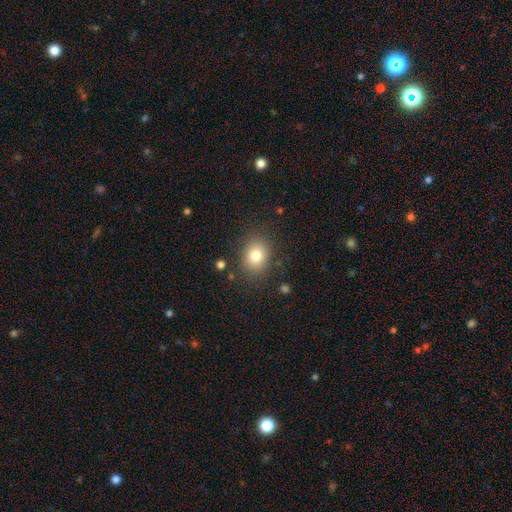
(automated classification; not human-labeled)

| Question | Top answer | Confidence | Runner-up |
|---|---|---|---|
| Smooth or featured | smooth | 80% | star or artifact (11%) |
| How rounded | round | 55% | in between (45%) |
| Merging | none | 83% | minor disturbance (11%) |